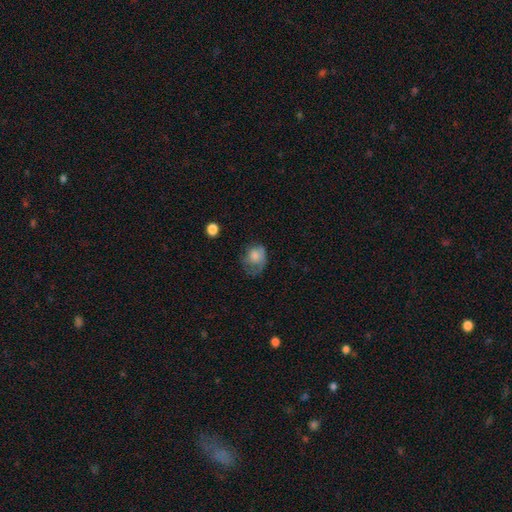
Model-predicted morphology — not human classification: smooth_or_featured: smooth (p=0.68) [alt: featured or disk p=0.24]
how_rounded: round (p=0.53) [alt: in between p=0.46]
merging: none (p=0.35) [alt: major disturbance p=0.33]